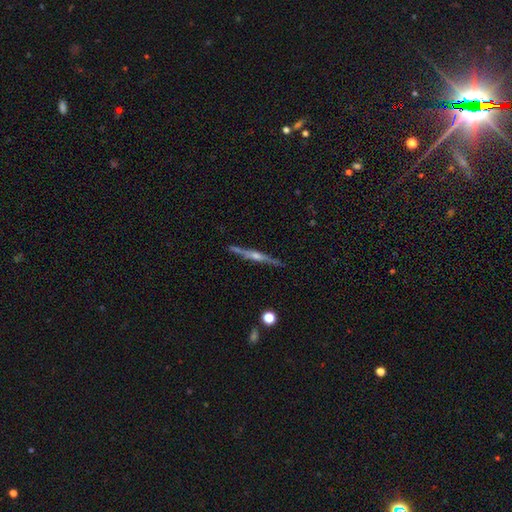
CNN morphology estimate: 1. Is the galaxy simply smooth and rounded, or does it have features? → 80% featured or disk, 14% smooth, 6% star or artifact.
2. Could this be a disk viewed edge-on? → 98% yes, 2% no.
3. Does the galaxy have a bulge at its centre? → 82% rounded, 9% boxy, 9% none.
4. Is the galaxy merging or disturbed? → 86% none, 9% minor disturbance, 3% merger, 2% major disturbance.